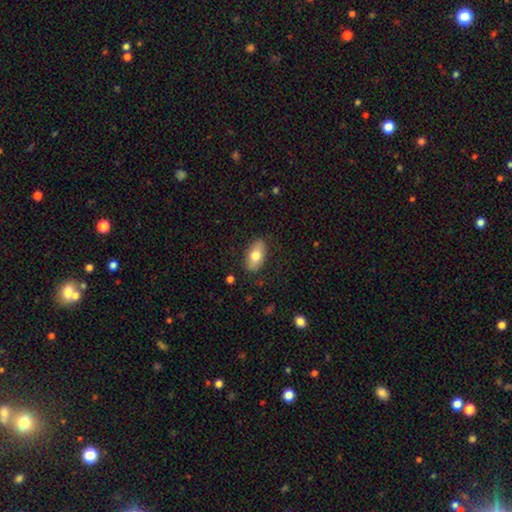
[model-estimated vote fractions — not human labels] smooth-or-featured: smooth: 75% | featured or disk: 19% | star or artifact: 6%
  how-rounded: in between: 92% | round: 5% | cigar-shaped: 4%
  merging: none: 85% | minor disturbance: 11% | major disturbance: 3% | merger: 1%